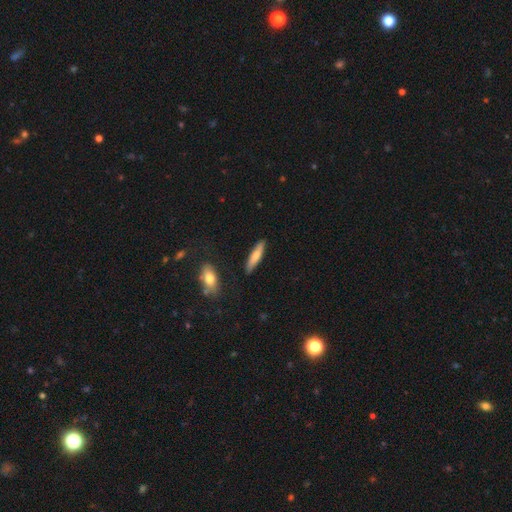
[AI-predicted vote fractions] Smooth or featured? smooth (72%)
How rounded? cigar-shaped (81%)
Merging? none (86%)